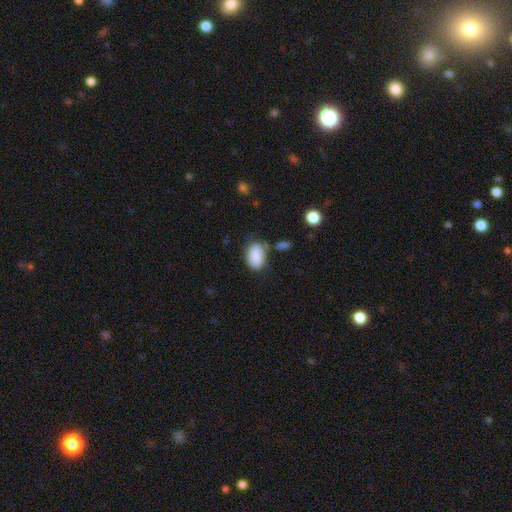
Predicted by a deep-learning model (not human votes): smooth-or-featured: smooth: 88% | star or artifact: 7% | featured or disk: 5%
  how-rounded: in between: 90% | round: 8% | cigar-shaped: 1%
  merging: none: 61% | minor disturbance: 22% | merger: 10% | major disturbance: 7%